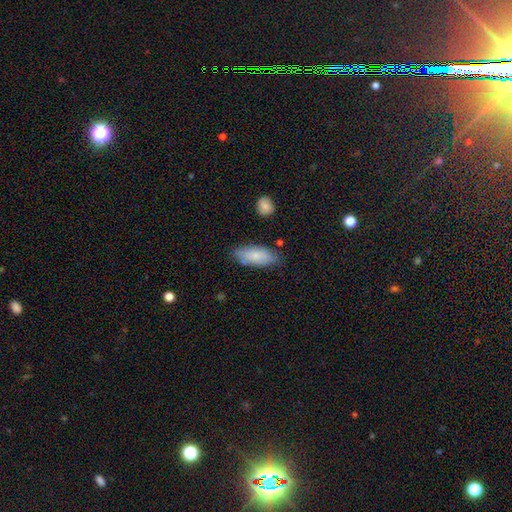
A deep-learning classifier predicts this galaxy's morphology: smooth_or_featured: smooth (p=0.80) [alt: featured or disk p=0.14]
how_rounded: in between (p=0.82) [alt: cigar-shaped p=0.16]
merging: none (p=0.77) [alt: minor disturbance p=0.17]